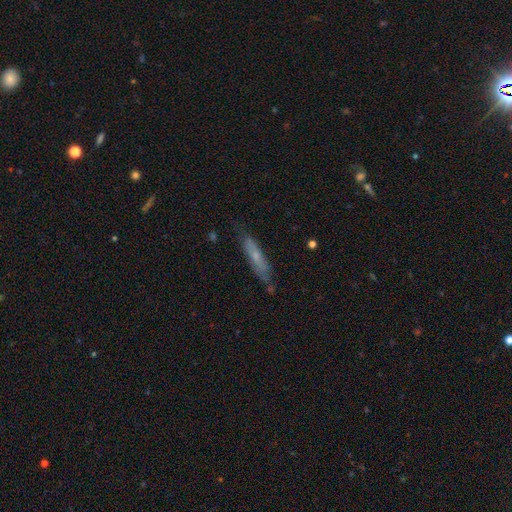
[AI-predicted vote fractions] A smooth galaxy with no disk features (52%) that is cigar-shaped (85%).

Vote fractions:
- Smooth or featured? smooth: 52% / featured or disk: 41% / star or artifact: 7%
- How rounded? cigar-shaped: 85% / in between: 14% / round: 2%
- Merging? none: 72% / minor disturbance: 21% / major disturbance: 4% / merger: 3%